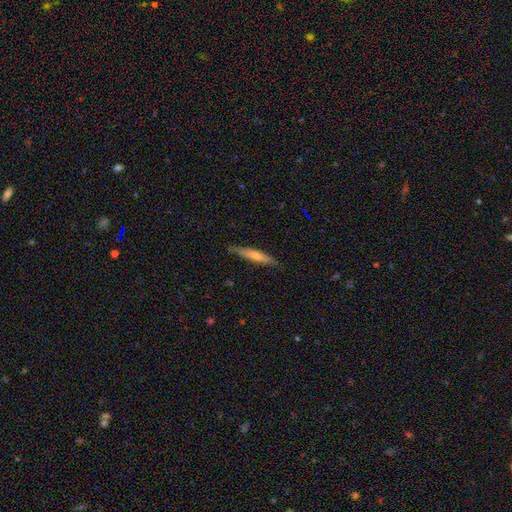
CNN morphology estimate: Smooth or featured?
  - featured or disk: 60% *
  - smooth: 34%
  - star or artifact: 7%
Edge-on disk?
  - yes: 94% *
  - no: 6%
Edge-on bulge?
  - rounded: 74% *
  - none: 21%
  - boxy: 5%
Merging?
  - none: 86% *
  - minor disturbance: 11%
  - major disturbance: 2%
  - merger: 1%